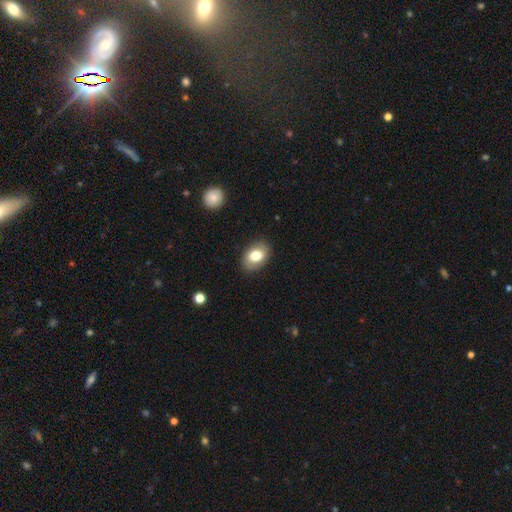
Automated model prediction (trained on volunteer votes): This is likely a smooth galaxy (75%). How rounded: clearly in between (81%). Merging: clearly none (85%).